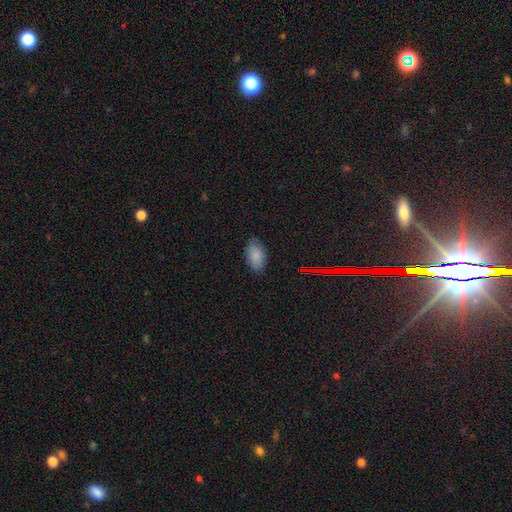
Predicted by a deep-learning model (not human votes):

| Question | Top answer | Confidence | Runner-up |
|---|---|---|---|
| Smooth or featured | smooth | 85% | star or artifact (9%) |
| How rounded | in between | 93% | round (5%) |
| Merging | none | 83% | minor disturbance (14%) |